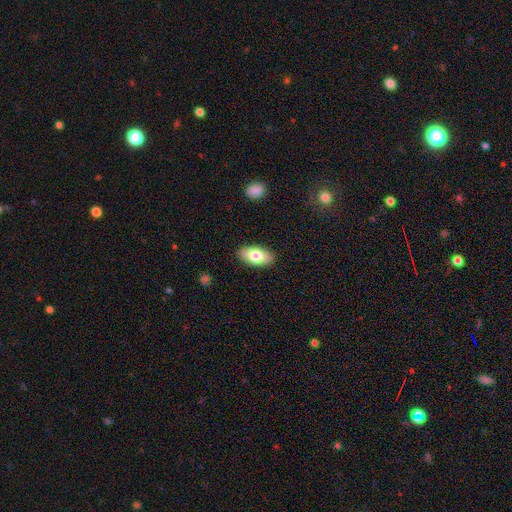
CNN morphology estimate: A smooth galaxy with no disk features (78%) that is in between round and cigar-shaped (93%). Merging: none (89%).